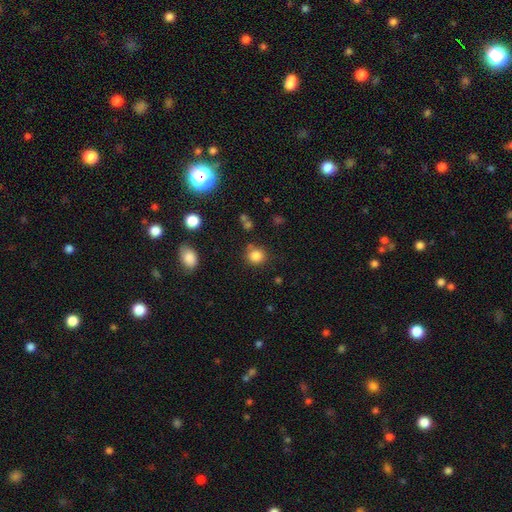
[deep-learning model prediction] smooth 83%, star or artifact 12%, featured or disk 5%. Down the decision tree: how rounded — round (87%); merging — none (77%).